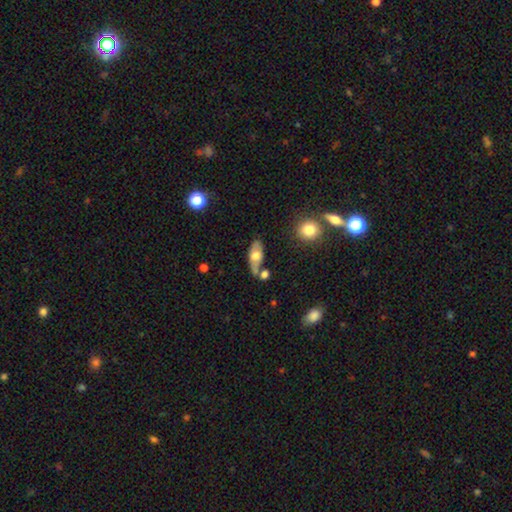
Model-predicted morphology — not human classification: A smooth galaxy with no disk features (57%) that is in between round and cigar-shaped (80%).

Vote fractions:
- Smooth or featured? smooth: 57% / featured or disk: 36% / star or artifact: 7%
- How rounded? in between: 80% / cigar-shaped: 16% / round: 4%
- Merging? none: 60% / minor disturbance: 19% / merger: 15% / major disturbance: 6%